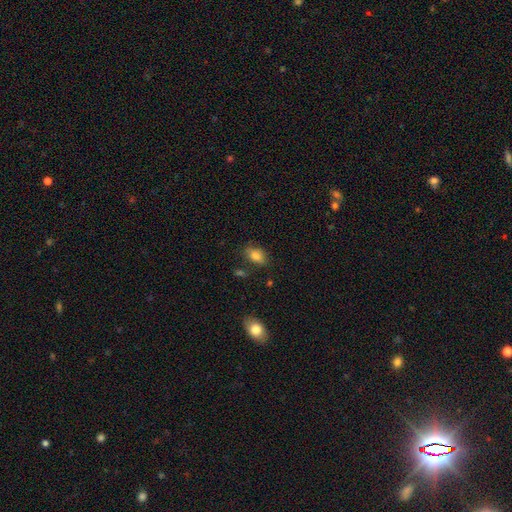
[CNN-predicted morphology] Smooth or featured: smooth — 82% (star or artifact — 9%)
How rounded: in between — 86% (round — 12%)
Merging: none — 75% (minor disturbance — 17%)